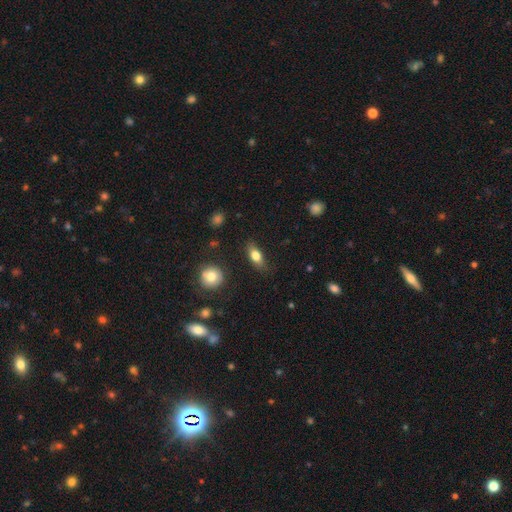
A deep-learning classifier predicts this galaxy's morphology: type=smooth (75%); roundness=in between (76%); merging=none (81%).